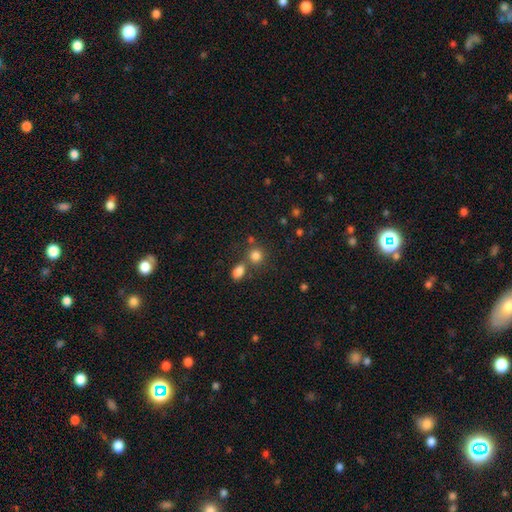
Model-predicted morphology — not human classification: A smooth galaxy with no disk features (81%) that is round (81%).

Vote fractions:
- Smooth or featured? smooth: 81% / star or artifact: 13% / featured or disk: 6%
- How rounded? round: 81% / in between: 18% / cigar-shaped: 1%
- Merging? none: 58% / merger: 28% / minor disturbance: 10% / major disturbance: 4%